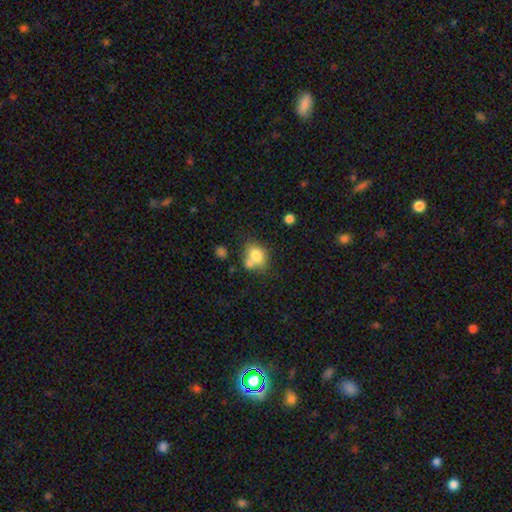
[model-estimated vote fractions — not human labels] Smooth or featured?
  - smooth: 76% *
  - featured or disk: 14%
  - star or artifact: 10%
How rounded?
  - round: 53% *
  - in between: 46%
  - cigar-shaped: 1%
Merging?
  - none: 48% *
  - merger: 30%
  - minor disturbance: 16%
  - major disturbance: 6%